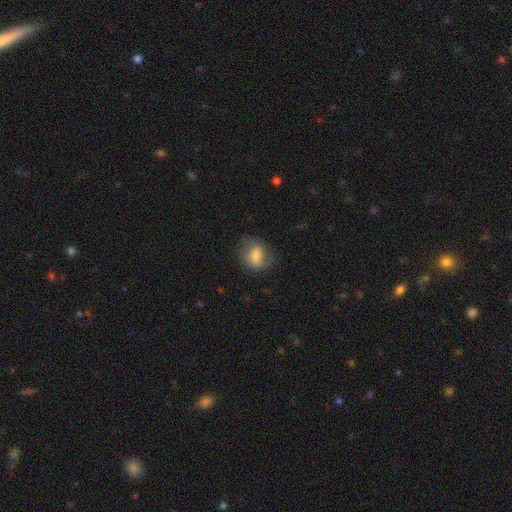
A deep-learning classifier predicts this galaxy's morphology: Smooth or featured? smooth (63%)
How rounded? in between (61%)
Merging? none (61%)